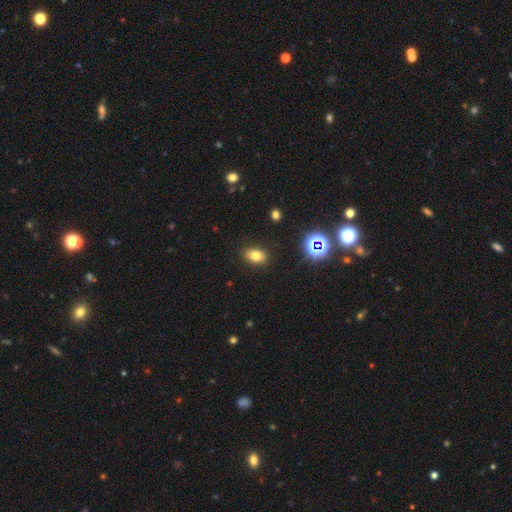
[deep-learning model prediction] smooth_or_featured: smooth (p=0.75) [alt: star or artifact p=0.16]
how_rounded: in between (p=0.80) [alt: round p=0.19]
merging: none (p=0.89) [alt: minor disturbance p=0.08]